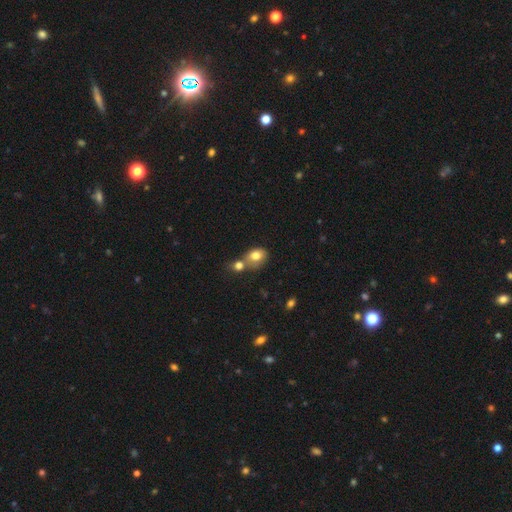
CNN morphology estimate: Smooth or featured: smooth — 79% (featured or disk — 12%)
How rounded: in between — 63% (round — 36%)
Merging: merger — 50% (none — 33%)